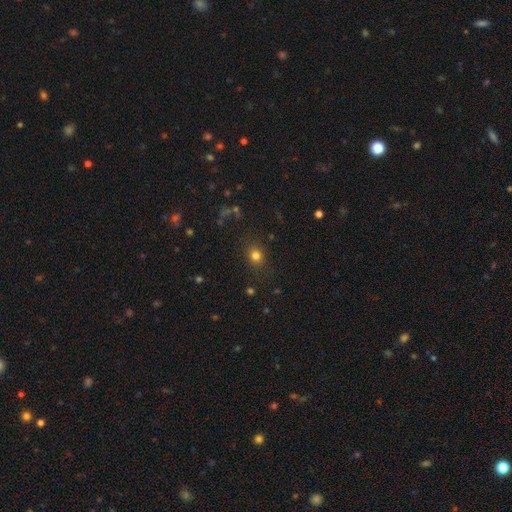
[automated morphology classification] type=smooth (80%); roundness=round (71%); merging=none (86%).